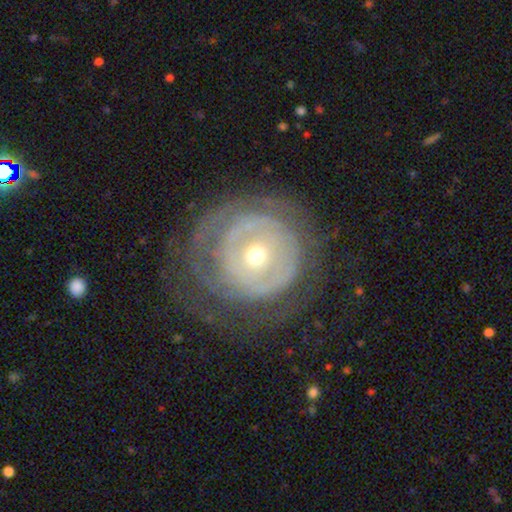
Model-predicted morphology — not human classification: Smooth or featured: featured or disk — 72% (smooth — 21%)
Edge-on disk: no — 96% (yes — 4%)
Bar: no — 78% (weak — 16%)
Spiral arms: yes — 60% (no — 40%)
Bulge size: small — 57% (moderate — 39%)
Merging: none — 66% (minor disturbance — 18%)